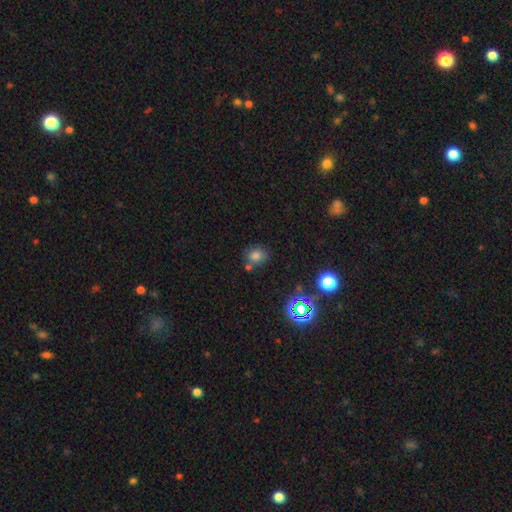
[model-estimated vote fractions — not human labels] A smooth galaxy with no disk features (73%) that is round (67%). Merging: none (65%).